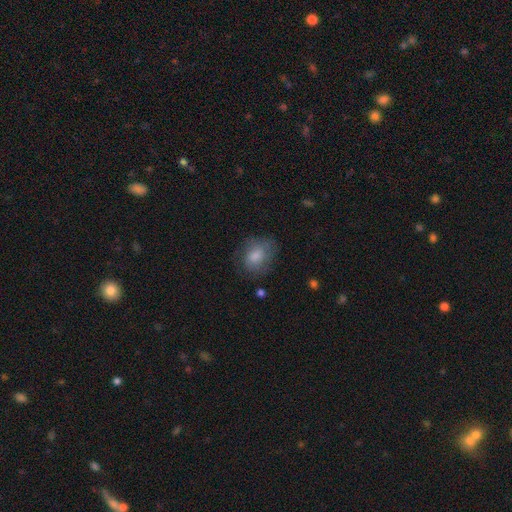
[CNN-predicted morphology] A smooth galaxy with no disk features (75%) that is in between round and cigar-shaped (61%).

Vote fractions:
- Smooth or featured? smooth: 75% / featured or disk: 17% / star or artifact: 8%
- How rounded? in between: 61% / round: 38% / cigar-shaped: 1%
- Merging? none: 62% / minor disturbance: 24% / major disturbance: 13% / merger: 2%